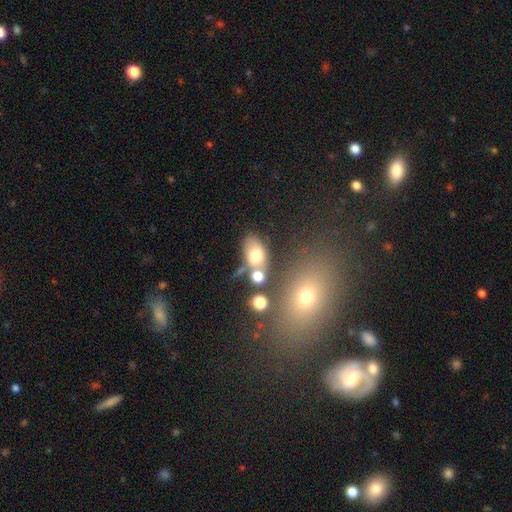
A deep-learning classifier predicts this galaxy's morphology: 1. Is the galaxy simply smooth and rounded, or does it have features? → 72% smooth, 17% featured or disk, 11% star or artifact.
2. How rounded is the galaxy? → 79% in between, 18% round, 3% cigar-shaped.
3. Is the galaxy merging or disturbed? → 45% none, 30% merger, 16% minor disturbance, 9% major disturbance.